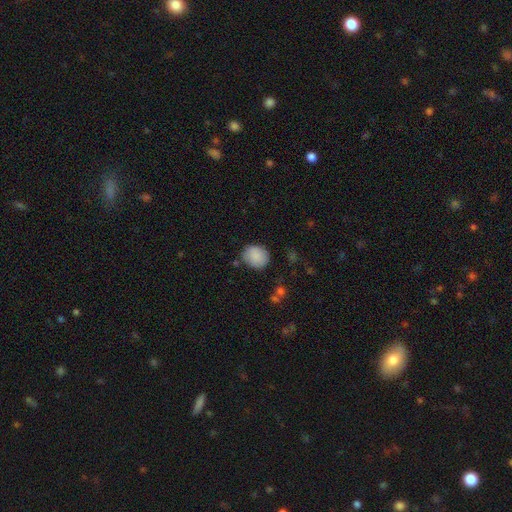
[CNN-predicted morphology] The model was most divided on "how rounded": round: 64%, in between: 35%, cigar-shaped: 1%. More confident: smooth or featured — smooth (88%); merging — none (76%).